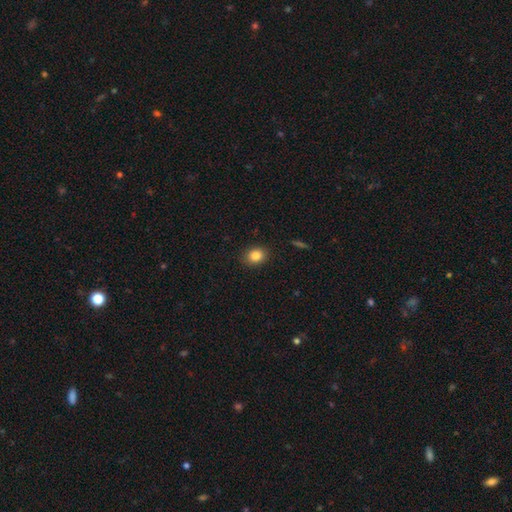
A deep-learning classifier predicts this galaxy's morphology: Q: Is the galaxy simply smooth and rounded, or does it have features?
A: smooth — 84%.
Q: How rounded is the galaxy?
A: round — 56%.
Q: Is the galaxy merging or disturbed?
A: none — 88%.